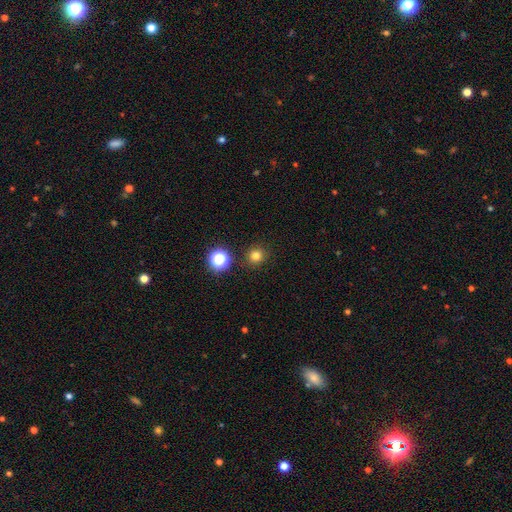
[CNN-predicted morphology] type=smooth (77%); roundness=round (92%); merging=none (89%).